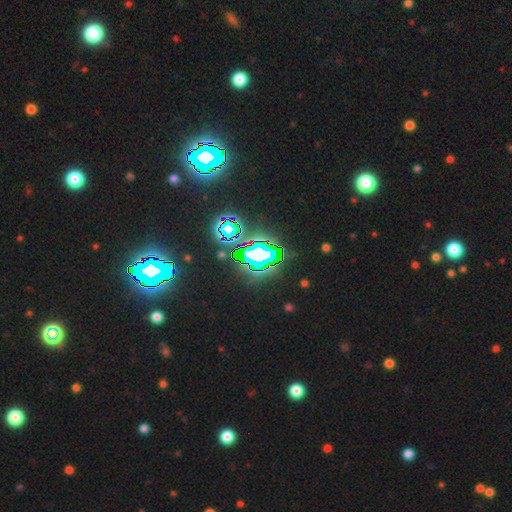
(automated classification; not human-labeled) Smooth or featured? star or artifact (77%)